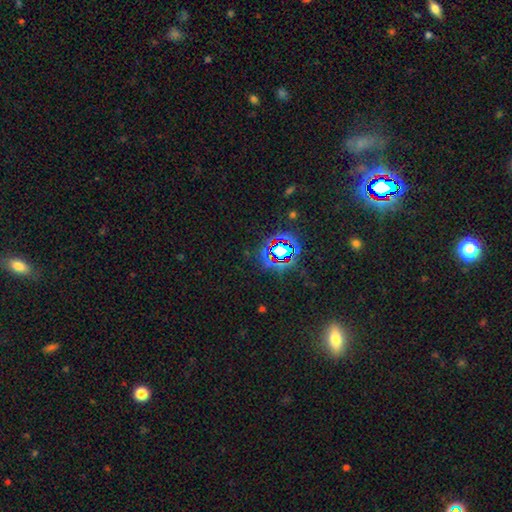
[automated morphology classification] Smooth or featured? star or artifact (76%)